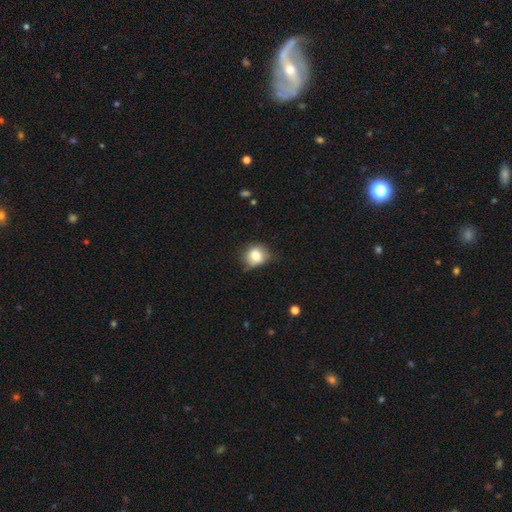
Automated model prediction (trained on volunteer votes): Smooth or featured? Predicted: smooth (p=0.80). How rounded? Predicted: round (p=0.74). Merging? Predicted: none (p=0.60).